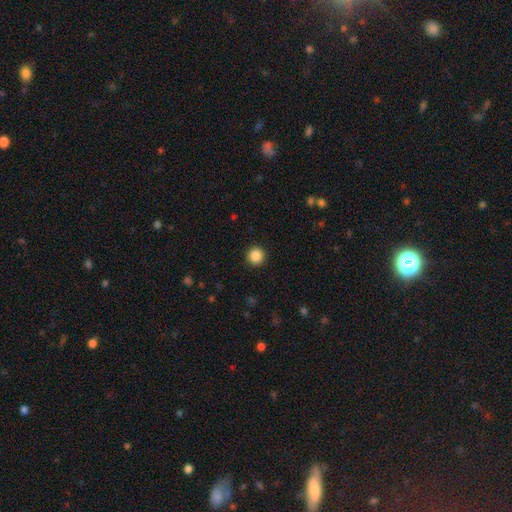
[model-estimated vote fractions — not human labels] A smooth galaxy with no disk features (87%) that is round (96%). Merging: none (93%).